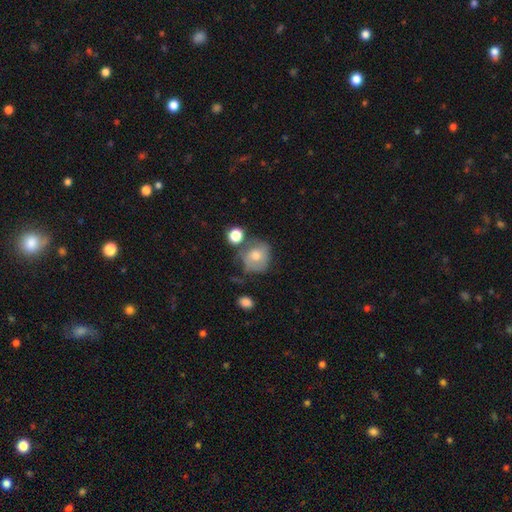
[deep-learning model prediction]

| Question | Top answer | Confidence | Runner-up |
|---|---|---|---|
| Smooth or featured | smooth | 56% | featured or disk (34%) |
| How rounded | round | 75% | in between (24%) |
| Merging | none | 49% | minor disturbance (25%) |